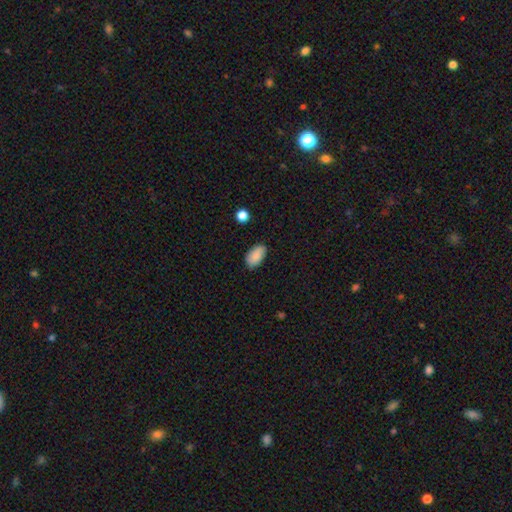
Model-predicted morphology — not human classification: A smooth galaxy with no disk features (87%) that is in between round and cigar-shaped (94%).

Vote fractions:
- Smooth or featured? smooth: 87% / star or artifact: 7% / featured or disk: 6%
- How rounded? in between: 94% / round: 4% / cigar-shaped: 2%
- Merging? none: 84% / minor disturbance: 13% / major disturbance: 2% / merger: 1%